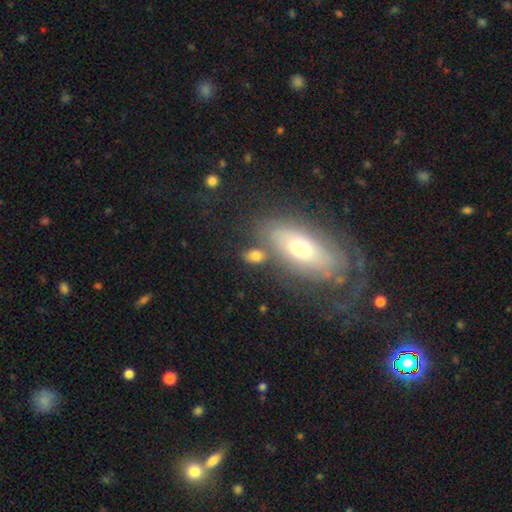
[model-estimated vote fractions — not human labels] smooth_or_featured: smooth (p=0.75) [alt: featured or disk p=0.14]
how_rounded: in between (p=0.78) [alt: round p=0.18]
merging: none (p=0.63) [alt: merger p=0.17]